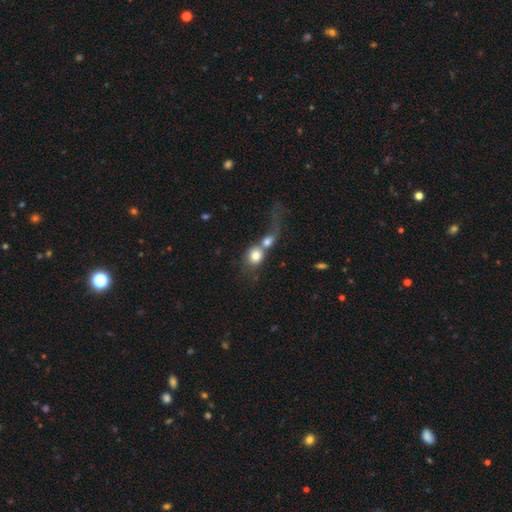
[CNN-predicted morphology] This is likely a smooth galaxy (75%). How rounded: likely round (69%). Merging: likely merger (71%).